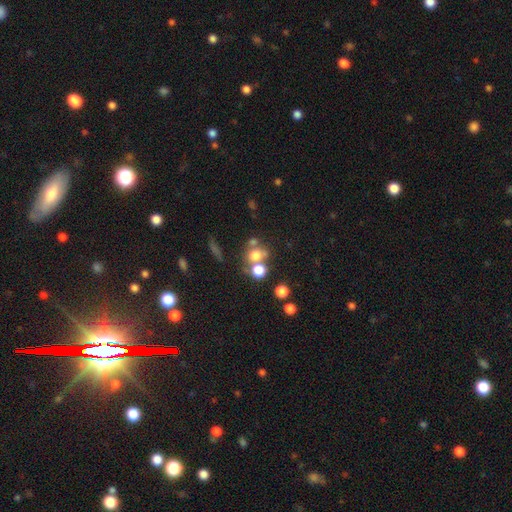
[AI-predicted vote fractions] The model was most divided on "merging": none: 44%, merger: 39%, minor disturbance: 10%, major disturbance: 7%. More confident: how rounded — round (73%); smooth or featured — smooth (68%).